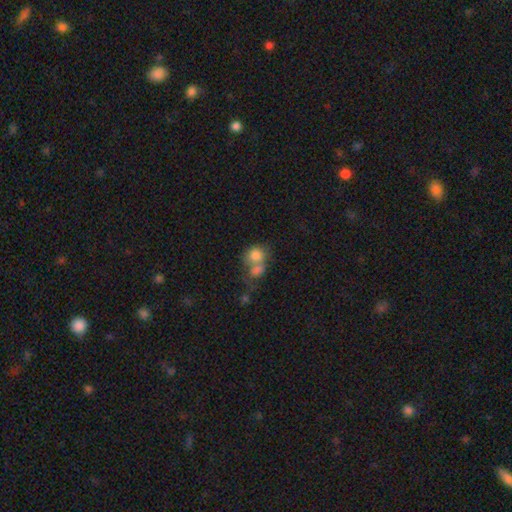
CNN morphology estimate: A smooth galaxy with no disk features (78%) that is round (65%).

Vote fractions:
- Smooth or featured? smooth: 78% / featured or disk: 13% / star or artifact: 9%
- How rounded? round: 65% / in between: 33% / cigar-shaped: 1%
- Merging? merger: 60% / none: 25% / minor disturbance: 8% / major disturbance: 7%